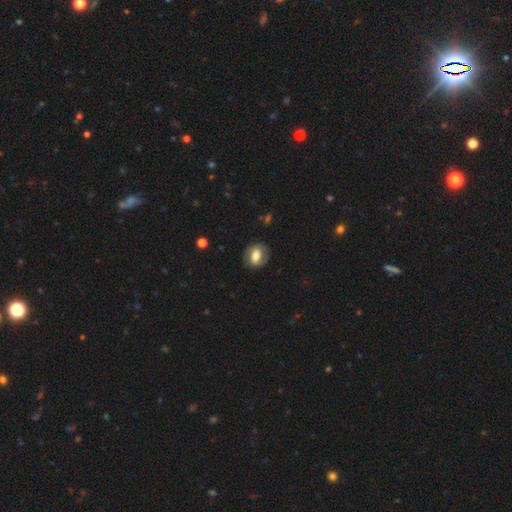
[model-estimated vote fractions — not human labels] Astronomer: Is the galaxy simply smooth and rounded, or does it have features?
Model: smooth — 57% (runner-up: featured or disk, 36%).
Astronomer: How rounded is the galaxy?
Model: in between — 66%.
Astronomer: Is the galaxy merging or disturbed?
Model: none — 79%.